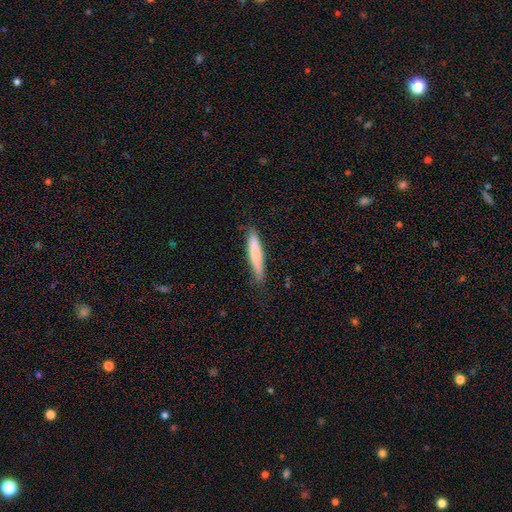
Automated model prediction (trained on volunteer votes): This is likely a smooth galaxy (78%). How rounded: clearly cigar-shaped (89%). Merging: likely none (76%).